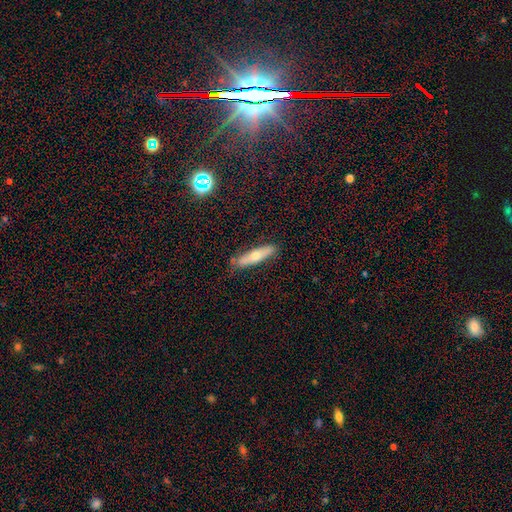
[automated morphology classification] Smooth or featured? smooth (55%)
How rounded? cigar-shaped (76%)
Merging? none (80%)